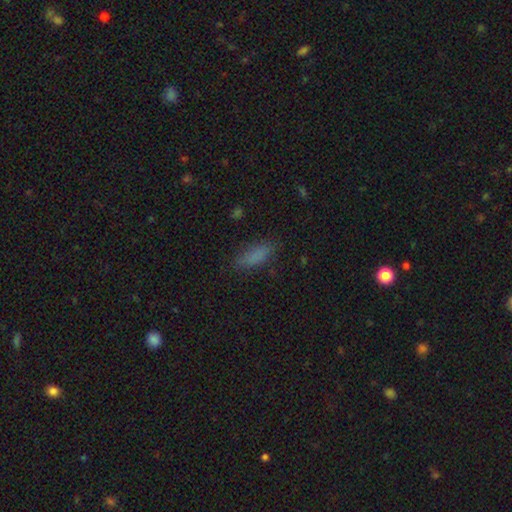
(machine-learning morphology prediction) Smooth or featured? Predicted: smooth (p=0.82). How rounded? Predicted: in between (p=0.67). Merging? Predicted: none (p=0.76).